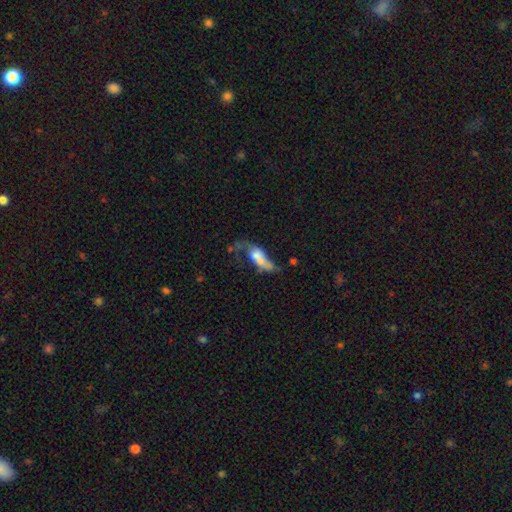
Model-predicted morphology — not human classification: featured or disk 47%, smooth 43%, star or artifact 9%. Down the decision tree: merging — major disturbance (37%).